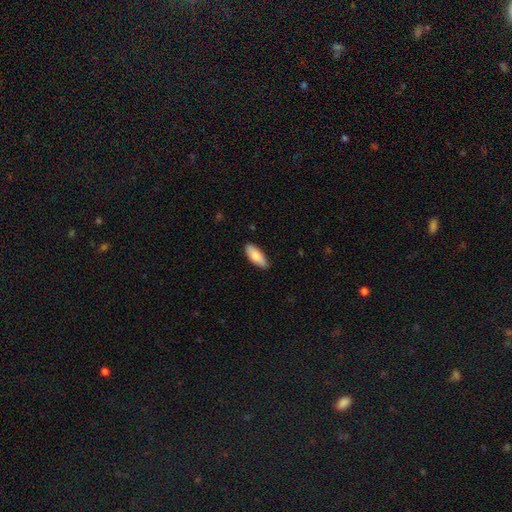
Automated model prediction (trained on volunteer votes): This appears to be a smooth galaxy with no disk features (84%) that is in between round and cigar-shaped (79%). Merging: none (85%).